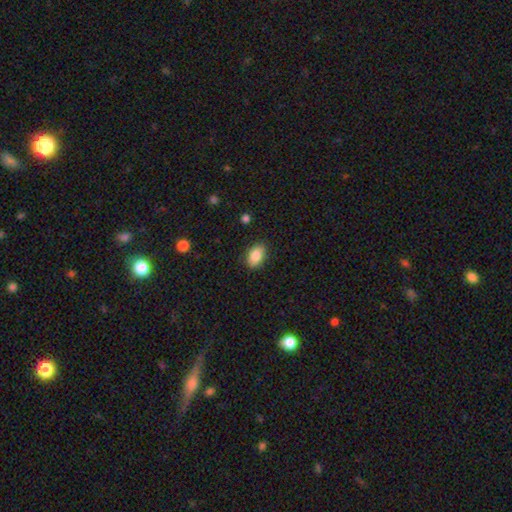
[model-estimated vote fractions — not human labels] Smooth or featured?
  - smooth: 85% *
  - star or artifact: 8%
  - featured or disk: 7%
How rounded?
  - in between: 89% *
  - round: 9%
  - cigar-shaped: 2%
Merging?
  - none: 86% *
  - minor disturbance: 11%
  - major disturbance: 2%
  - merger: 1%